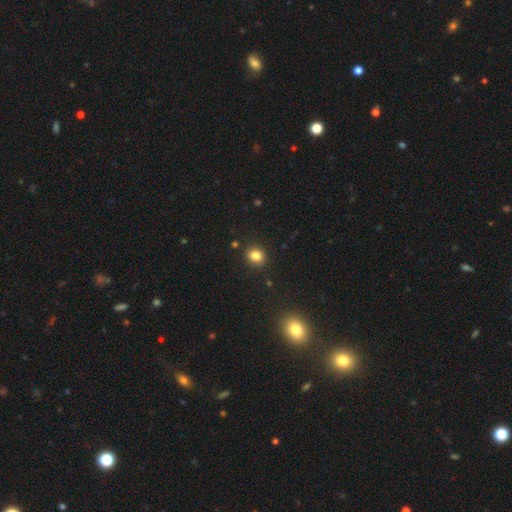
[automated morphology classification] Overall: smooth (83%). How rounded: round (64%; in between 35%). Merging: none (89%).